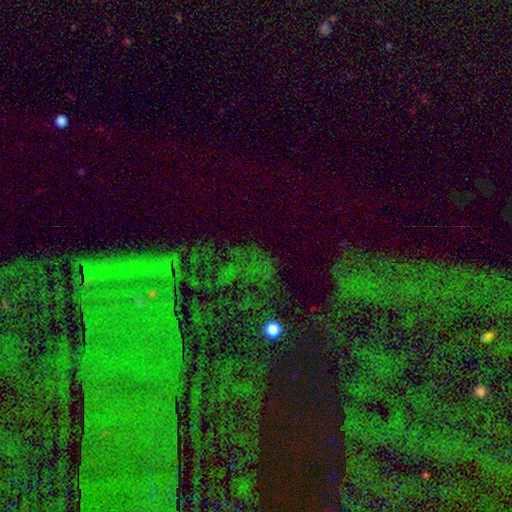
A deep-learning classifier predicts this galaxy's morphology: smooth-or-featured: star or artifact: 64% | smooth: 18% | featured or disk: 18%